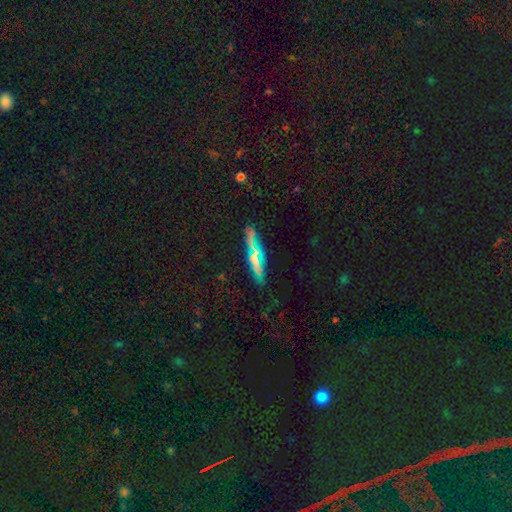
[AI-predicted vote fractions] Smooth or featured? Predicted: smooth (p=0.44). Merging? Predicted: none (p=0.81).